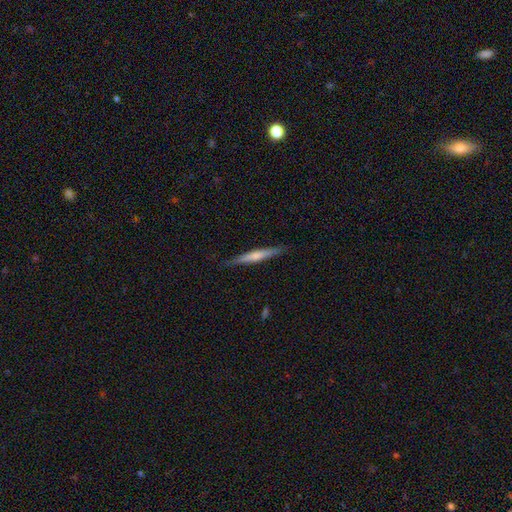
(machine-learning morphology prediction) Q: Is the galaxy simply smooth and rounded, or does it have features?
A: smooth — 51%.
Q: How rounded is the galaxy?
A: cigar-shaped — 94%.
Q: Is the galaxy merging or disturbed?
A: none — 86%.